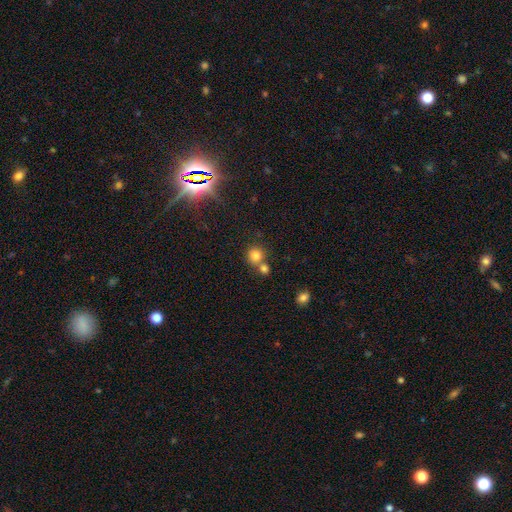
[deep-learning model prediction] A smooth galaxy with no disk features (80%) that is round (90%). Merging: none (55%).